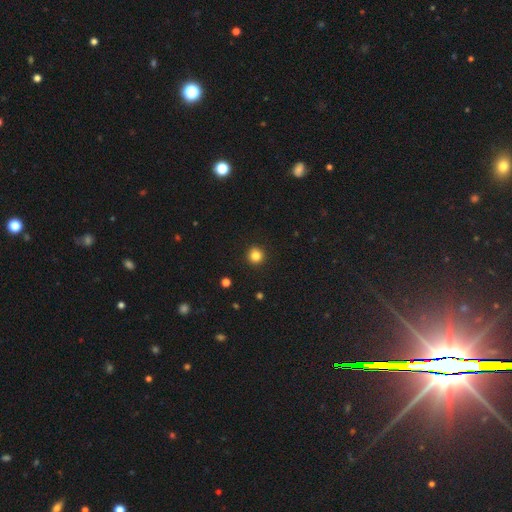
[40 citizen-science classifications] Volunteers were most divided on "smooth or featured": smooth: 88%, featured or disk: 8%, star or artifact: 5%. More confident: how rounded — round (100%); merging — none (89%).